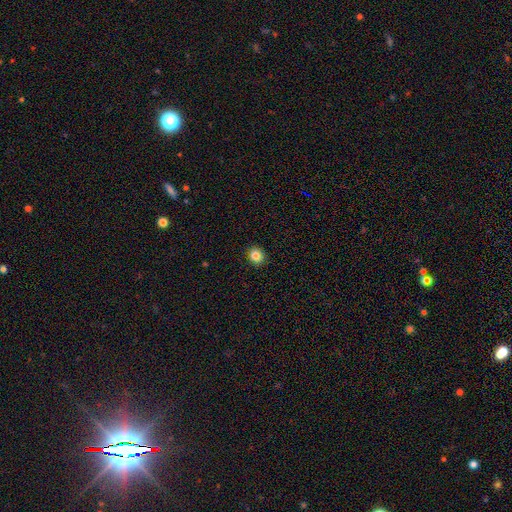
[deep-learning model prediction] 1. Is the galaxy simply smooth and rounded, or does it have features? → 85% smooth, 10% star or artifact, 5% featured or disk.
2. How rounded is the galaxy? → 75% round, 24% in between, 1% cigar-shaped.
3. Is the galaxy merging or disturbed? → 91% none, 6% minor disturbance, 2% major disturbance, 1% merger.